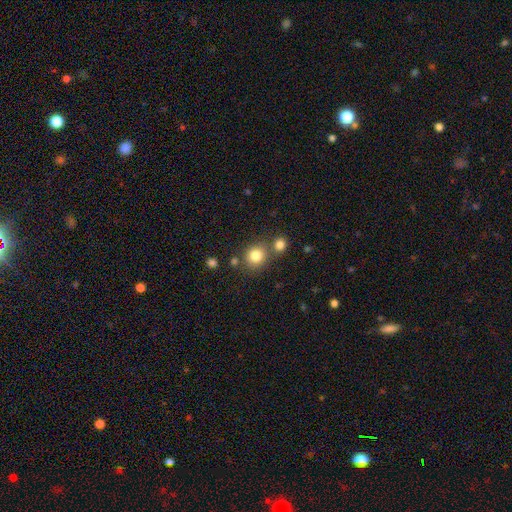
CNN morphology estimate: Smooth or featured? Predicted: smooth (p=0.82). How rounded? Predicted: round (p=0.84). Merging? Predicted: none (p=0.69).